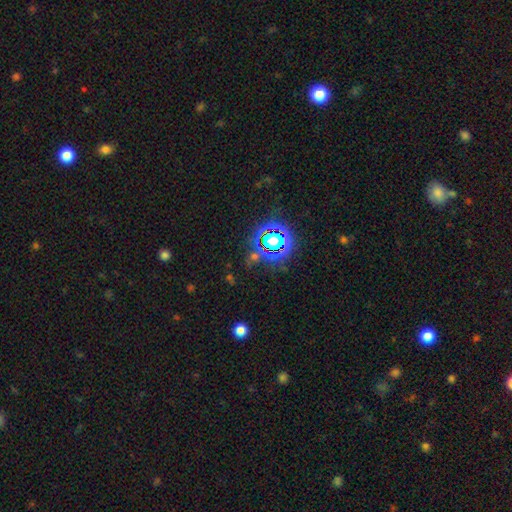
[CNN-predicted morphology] Smooth or featured?
  - star or artifact: 74% *
  - smooth: 18%
  - featured or disk: 9%